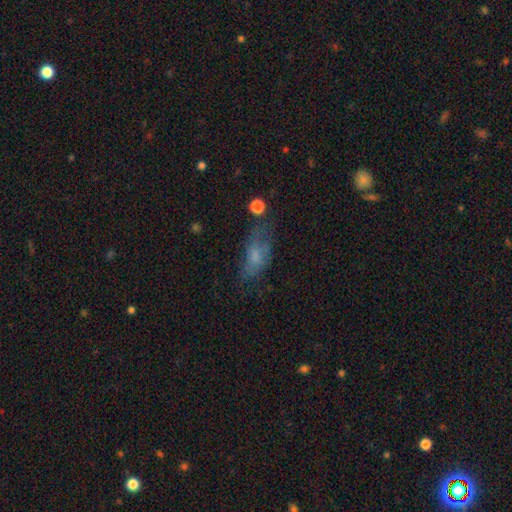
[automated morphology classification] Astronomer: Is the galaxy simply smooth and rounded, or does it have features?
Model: smooth — 60%.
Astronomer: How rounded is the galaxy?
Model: in between — 79%.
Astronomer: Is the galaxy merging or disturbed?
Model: none — 45% (runner-up: minor disturbance, 27%).